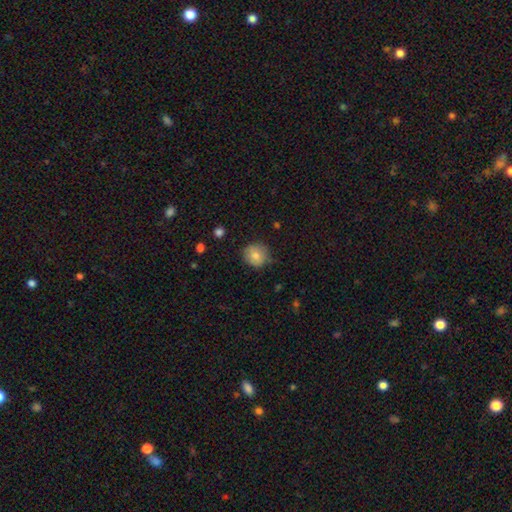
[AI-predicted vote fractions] smooth-or-featured: smooth: 79% | featured or disk: 12% | star or artifact: 9%
  how-rounded: round: 87% | in between: 12% | cigar-shaped: 1%
  merging: none: 72% | minor disturbance: 23% | major disturbance: 4% | merger: 1%